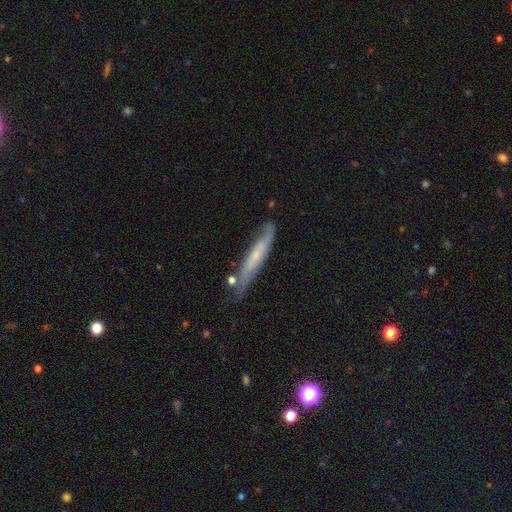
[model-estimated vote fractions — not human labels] smooth-or-featured: featured or disk: 57% | smooth: 36% | star or artifact: 7%
  disk-edge-on: yes: 60% | no: 40%
  merging: none: 62% | minor disturbance: 25% | major disturbance: 7% | merger: 6%